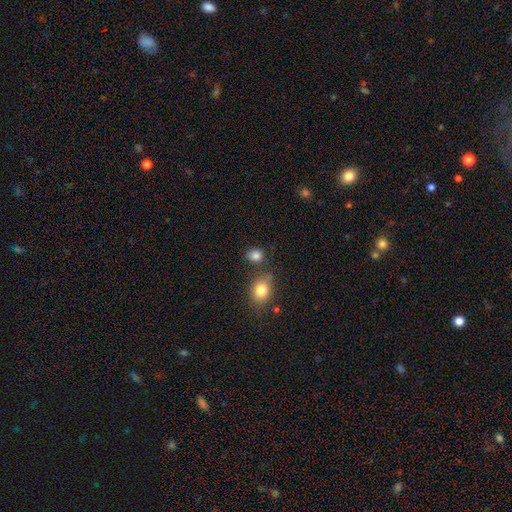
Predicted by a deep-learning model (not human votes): Smooth or featured: smooth — 83% (star or artifact — 11%)
How rounded: round — 60% (in between — 39%)
Merging: none — 73% (minor disturbance — 14%)